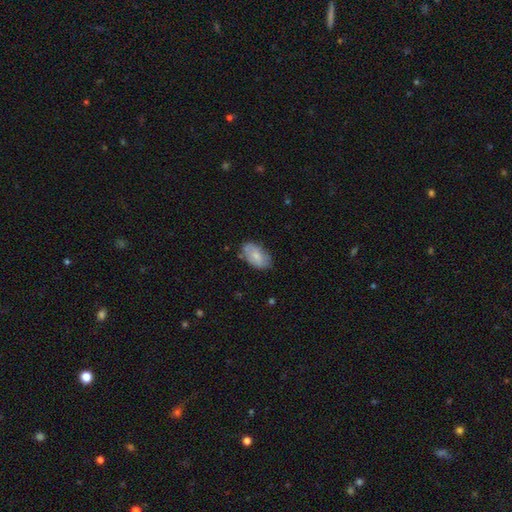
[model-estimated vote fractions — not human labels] smooth-or-featured: smooth: 71% | featured or disk: 23% | star or artifact: 6%
  how-rounded: in between: 93% | round: 5% | cigar-shaped: 2%
  merging: none: 70% | minor disturbance: 22% | major disturbance: 5% | merger: 3%